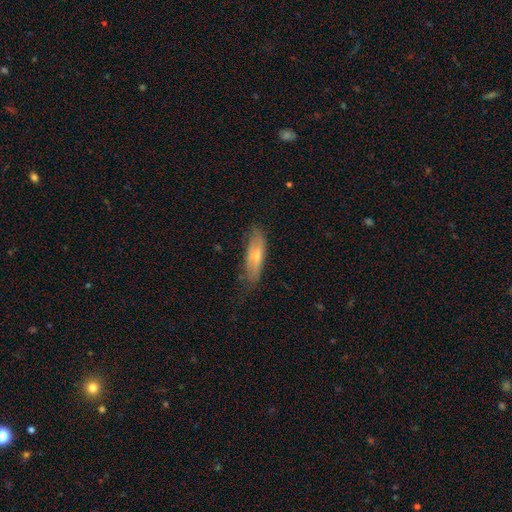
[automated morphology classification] Q: Smooth or featured?
A: smooth (54%); runner-up: featured or disk (39%)
Q: How rounded?
A: cigar-shaped (50%); runner-up: in between (48%)
Q: Merging?
A: none (67%); runner-up: minor disturbance (26%)